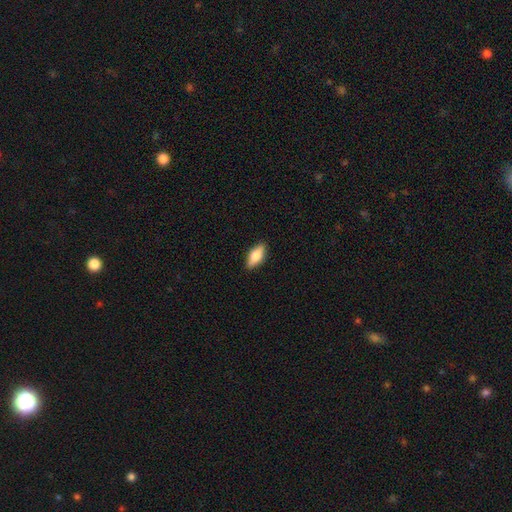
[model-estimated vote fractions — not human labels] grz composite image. It shows a smooth galaxy with no disk features (67%) that is in between round and cigar-shaped (76%). Merging: none (87%).